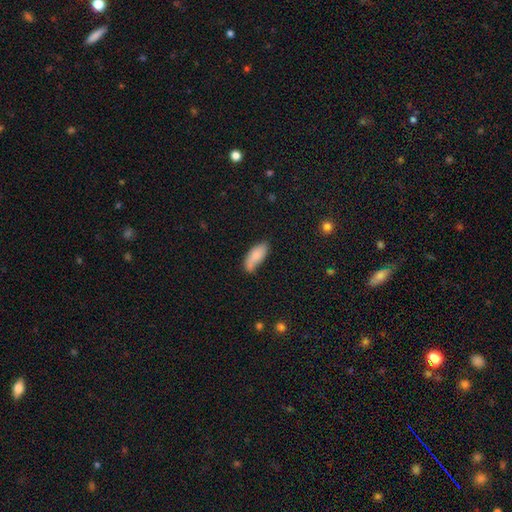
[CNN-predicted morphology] The model was most divided on "merging": none: 54%, minor disturbance: 27%, merger: 12%, major disturbance: 7%. More confident: smooth or featured — smooth (82%); how rounded — in between (81%).